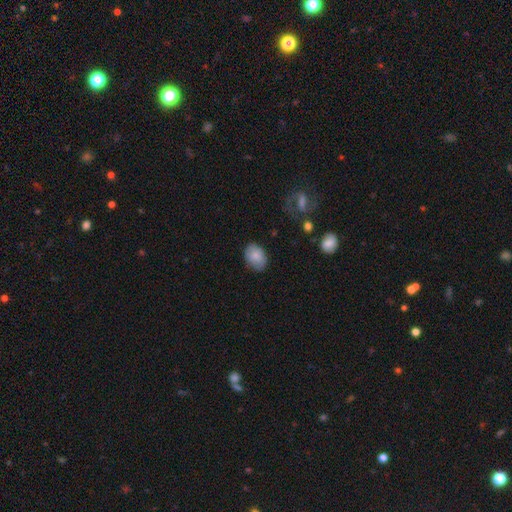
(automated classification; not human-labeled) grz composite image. It shows a smooth galaxy with no disk features (82%) that is in between round and cigar-shaped (74%). Merging: none (79%).